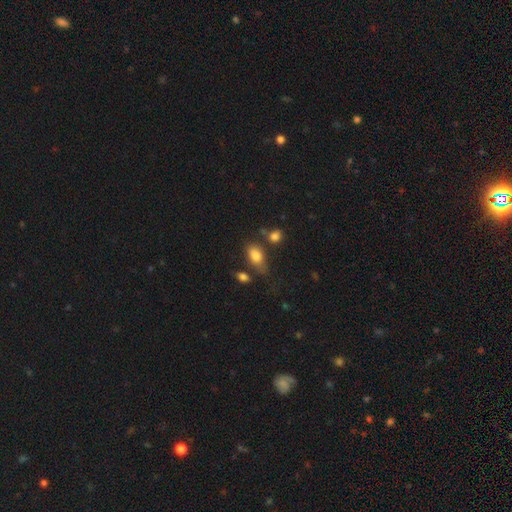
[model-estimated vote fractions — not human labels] smooth_or_featured: smooth (p=0.81) [alt: featured or disk p=0.10]
how_rounded: in between (p=0.89) [alt: round p=0.07]
merging: none (p=0.59) [alt: minor disturbance p=0.22]